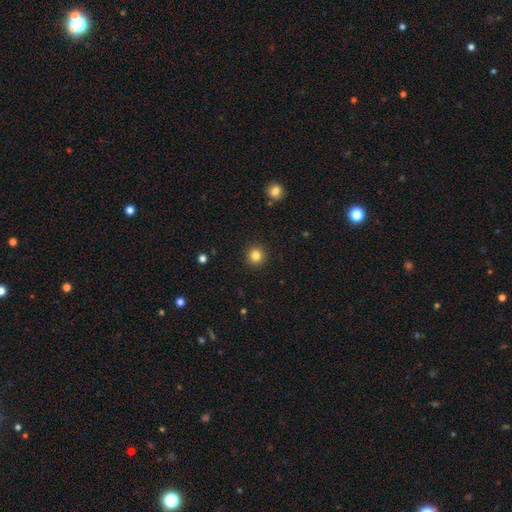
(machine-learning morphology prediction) Overall: smooth (84%). How rounded: round (94%). Merging: none (93%).